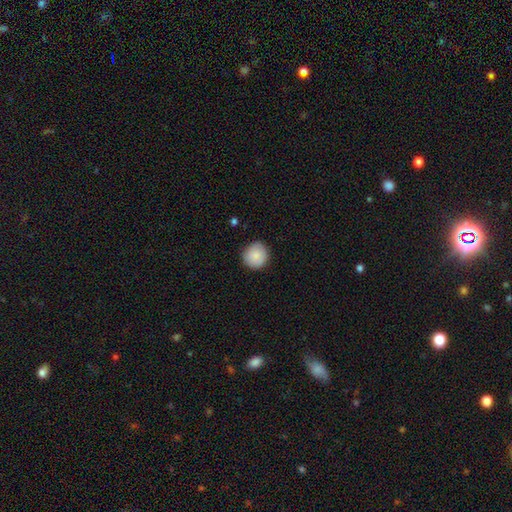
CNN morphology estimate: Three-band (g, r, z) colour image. It shows a smooth galaxy with no disk features (87%) that is round (92%). Merging: none (88%).